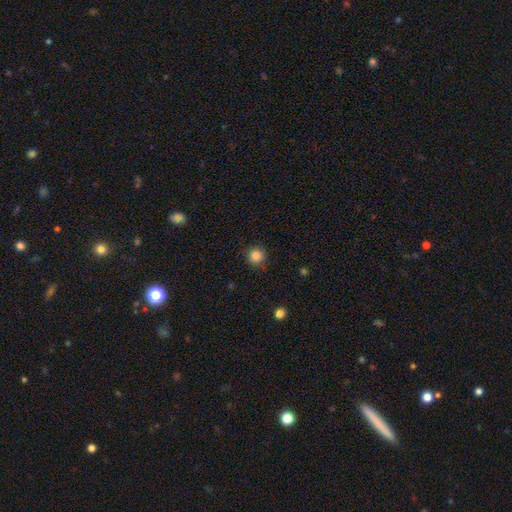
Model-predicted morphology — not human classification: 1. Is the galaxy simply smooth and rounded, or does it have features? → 85% smooth, 11% star or artifact, 4% featured or disk.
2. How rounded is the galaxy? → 95% round, 5% in between, 1% cigar-shaped.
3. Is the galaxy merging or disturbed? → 89% none, 8% minor disturbance, 2% major disturbance, 1% merger.